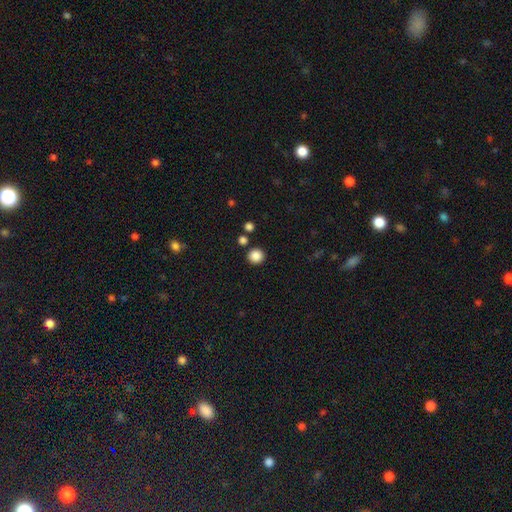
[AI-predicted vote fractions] smooth_or_featured: smooth (p=0.86) [alt: star or artifact p=0.10]
how_rounded: round (p=0.93) [alt: in between p=0.06]
merging: none (p=0.88) [alt: minor disturbance p=0.06]